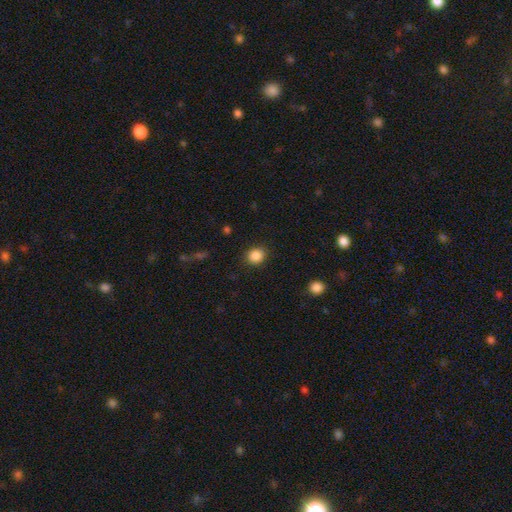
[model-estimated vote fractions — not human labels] Smooth or featured? smooth (87%)
How rounded? round (76%)
Merging? none (88%)